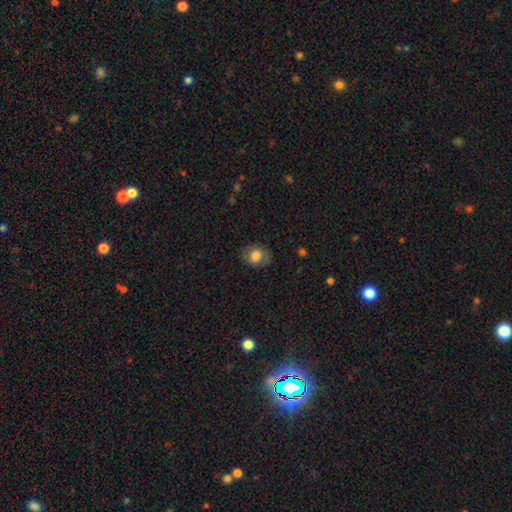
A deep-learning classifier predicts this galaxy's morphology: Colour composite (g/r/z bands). It shows a smooth galaxy with no disk features (69%) that is round (54%). Merging: none (78%).